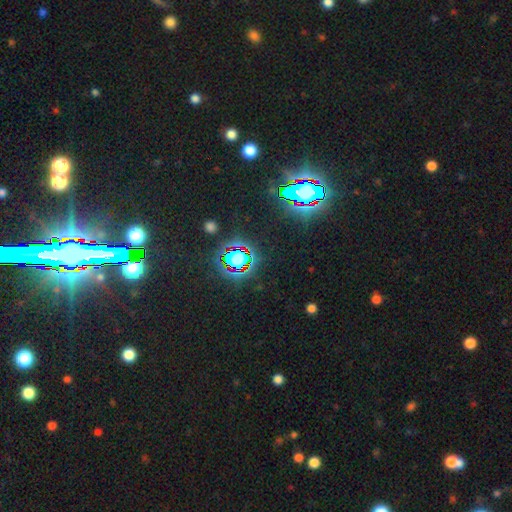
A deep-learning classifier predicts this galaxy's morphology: type=star or artifact (83%).